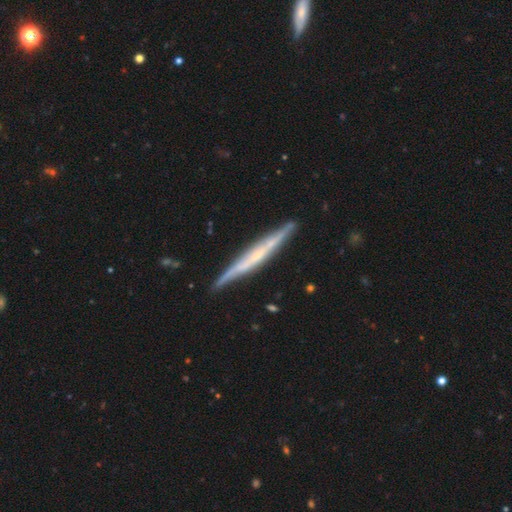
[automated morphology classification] Smooth or featured?
  - featured or disk: 71% *
  - smooth: 23%
  - star or artifact: 5%
Edge-on disk?
  - yes: 95% *
  - no: 5%
Edge-on bulge?
  - none: 57% *
  - rounded: 33%
  - boxy: 10%
Merging?
  - none: 84% *
  - minor disturbance: 12%
  - major disturbance: 2%
  - merger: 2%